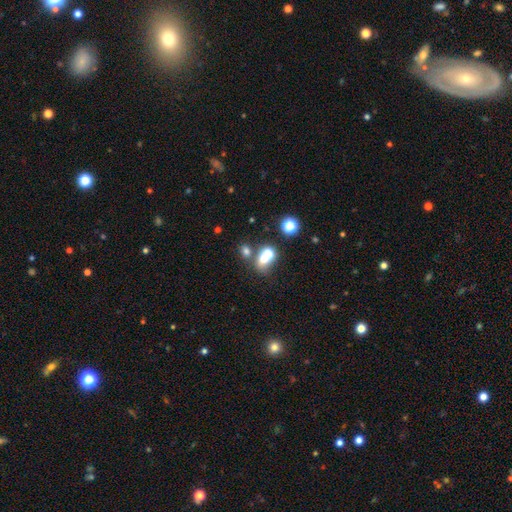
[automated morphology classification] This is possibly a smooth galaxy (47%). Merging: likely none (60%).